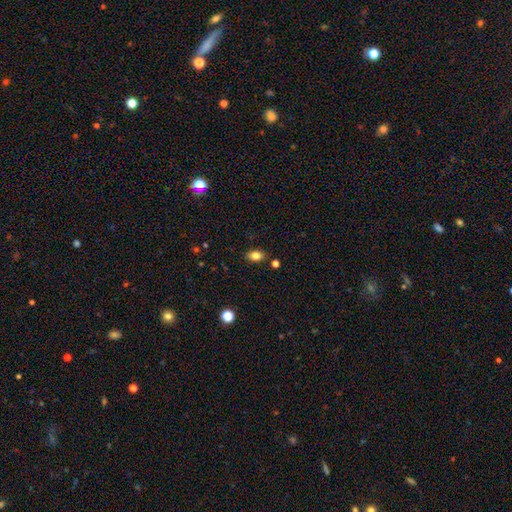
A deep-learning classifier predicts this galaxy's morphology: Smooth or featured? Predicted: smooth (p=0.82). How rounded? Predicted: in between (p=0.83). Merging? Predicted: none (p=0.85).